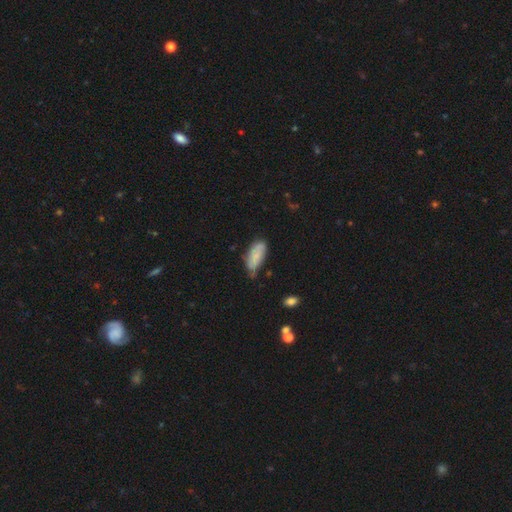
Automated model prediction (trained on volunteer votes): Q: Smooth or featured?
A: smooth (73%); runner-up: featured or disk (21%)
Q: How rounded?
A: in between (84%); runner-up: cigar-shaped (13%)
Q: Merging?
A: none (53%); runner-up: minor disturbance (36%)